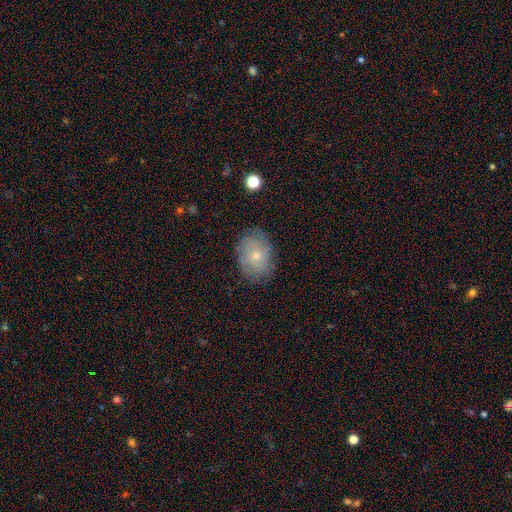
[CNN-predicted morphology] A smooth galaxy with no disk features (47%).

Vote fractions:
- Smooth or featured? smooth: 47% / featured or disk: 44% / star or artifact: 9%
- Merging? none: 77% / minor disturbance: 16% / major disturbance: 5% / merger: 1%